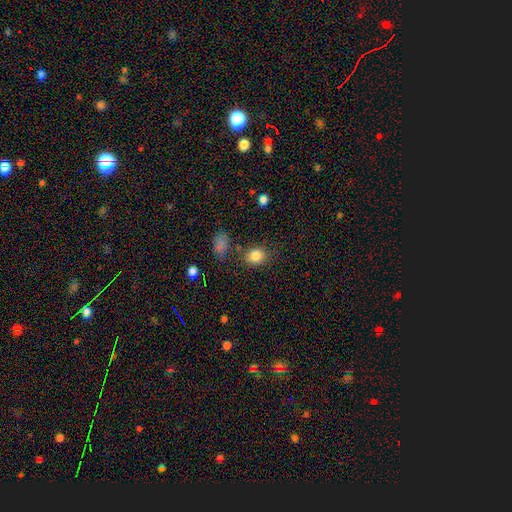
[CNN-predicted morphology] This appears to be a smooth galaxy with no disk features (83%) that is round (50%). Merging: none (75%).